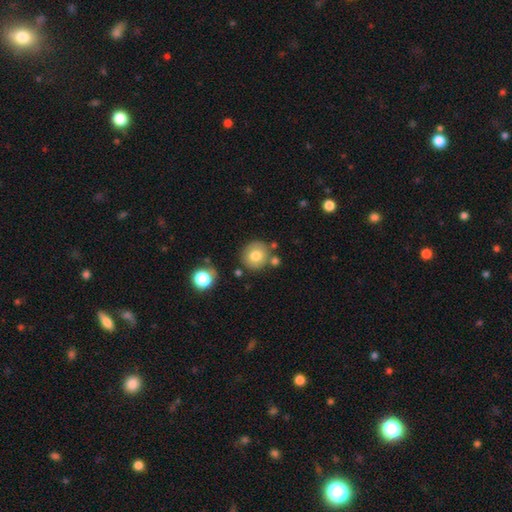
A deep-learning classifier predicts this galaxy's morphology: This is likely a smooth galaxy (76%). How rounded: clearly round (88%). Merging: likely none (77%).